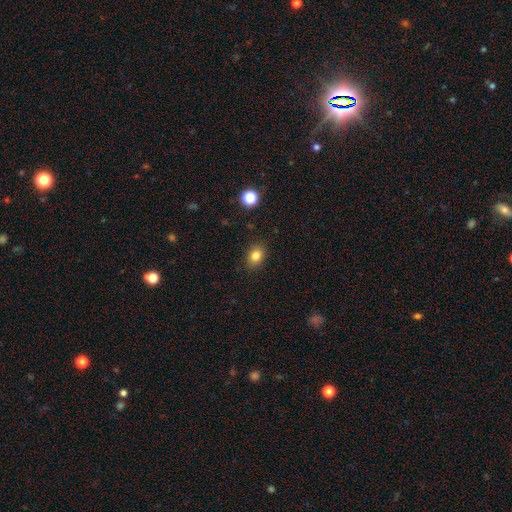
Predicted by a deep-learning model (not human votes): smooth_or_featured: smooth (p=0.82) [alt: star or artifact p=0.12]
how_rounded: in between (p=0.56) [alt: round p=0.43]
merging: none (p=0.86) [alt: minor disturbance p=0.10]